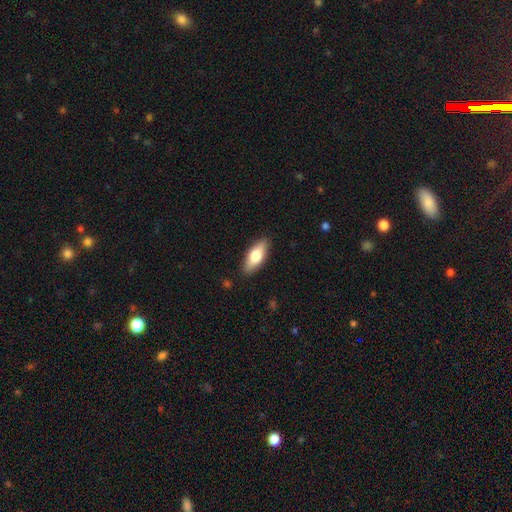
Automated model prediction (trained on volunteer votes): This appears to be a smooth galaxy with no disk features (72%) that is in between round and cigar-shaped (76%). Merging: none (88%).